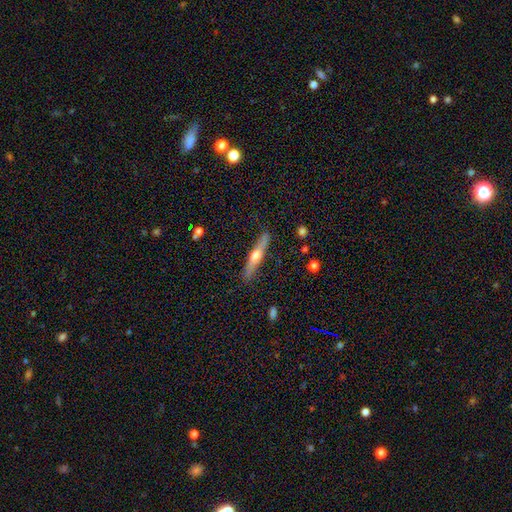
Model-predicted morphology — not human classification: This is possibly a featured or disk galaxy (59%). It is clearly viewed edge-on (95%). Edge-on bulge: clearly rounded (89%). Merging: clearly none (86%).